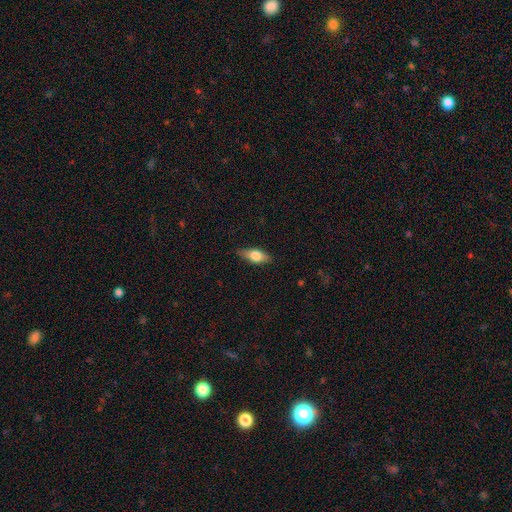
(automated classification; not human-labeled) A smooth galaxy with no disk features (70%) that is in between round and cigar-shaped (79%). Merging: none (82%).